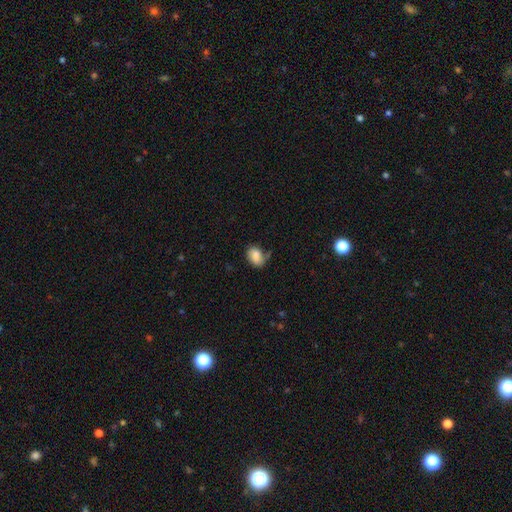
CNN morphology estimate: The model was most divided on "merging": none: 56%, minor disturbance: 28%, major disturbance: 9%, merger: 7%. More confident: smooth or featured — smooth (82%); how rounded — in between (80%).